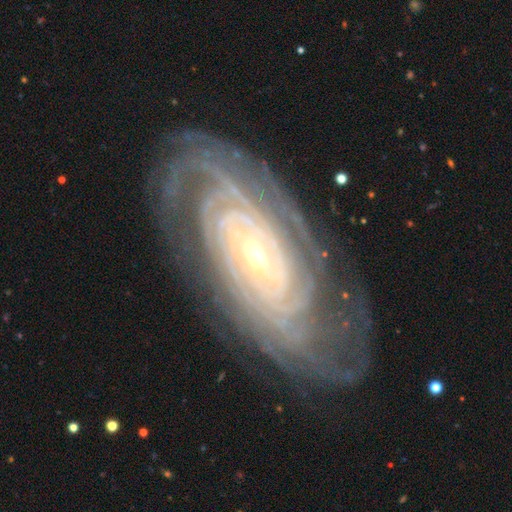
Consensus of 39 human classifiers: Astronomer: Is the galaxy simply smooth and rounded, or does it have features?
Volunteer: featured or disk — 87%.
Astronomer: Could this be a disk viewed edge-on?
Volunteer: no — 100%.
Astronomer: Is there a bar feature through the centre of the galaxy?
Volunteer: no — 68%.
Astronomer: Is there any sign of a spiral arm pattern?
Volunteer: yes — 94%.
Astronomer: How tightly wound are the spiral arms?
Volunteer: tight — 75%.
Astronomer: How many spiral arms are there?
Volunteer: can't tell — 34% (runner-up: 4, 25%).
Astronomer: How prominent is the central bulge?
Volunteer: small — 76%.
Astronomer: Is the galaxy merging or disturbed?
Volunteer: none — 89%.